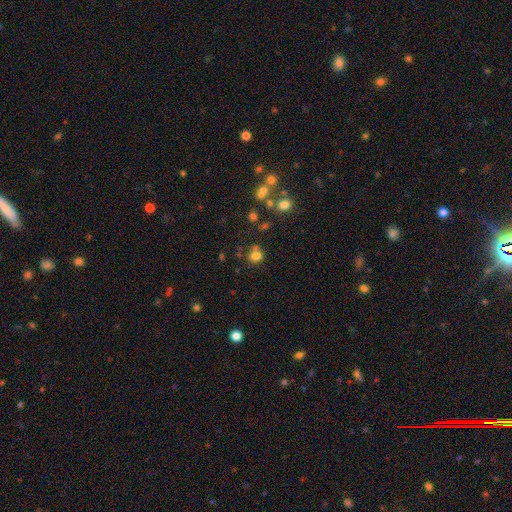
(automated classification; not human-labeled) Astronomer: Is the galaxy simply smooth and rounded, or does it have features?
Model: smooth — 76%.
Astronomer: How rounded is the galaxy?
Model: round — 76%.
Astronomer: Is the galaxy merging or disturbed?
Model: none — 59%.